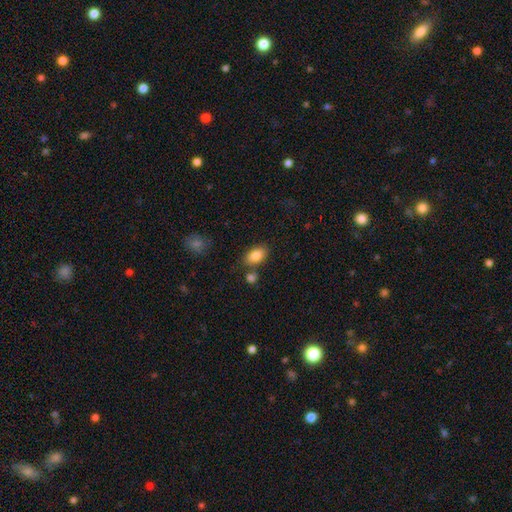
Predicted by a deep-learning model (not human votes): smooth 85%, star or artifact 8%, featured or disk 8%. Down the decision tree: how rounded — in between (90%); merging — none (73%).